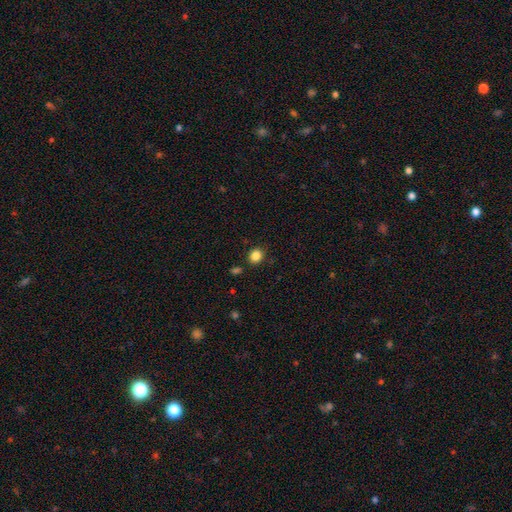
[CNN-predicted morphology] A smooth galaxy with no disk features (85%) that is round (69%).

Vote fractions:
- Smooth or featured? smooth: 85% / star or artifact: 11% / featured or disk: 4%
- How rounded? round: 69% / in between: 30% / cigar-shaped: 1%
- Merging? none: 86% / minor disturbance: 9% / merger: 3% / major disturbance: 2%